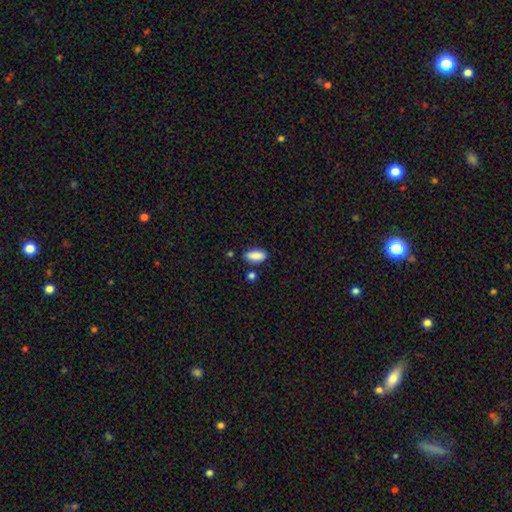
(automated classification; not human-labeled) smooth 88%, star or artifact 7%, featured or disk 4%. Down the decision tree: how rounded — in between (86%); merging — none (78%).